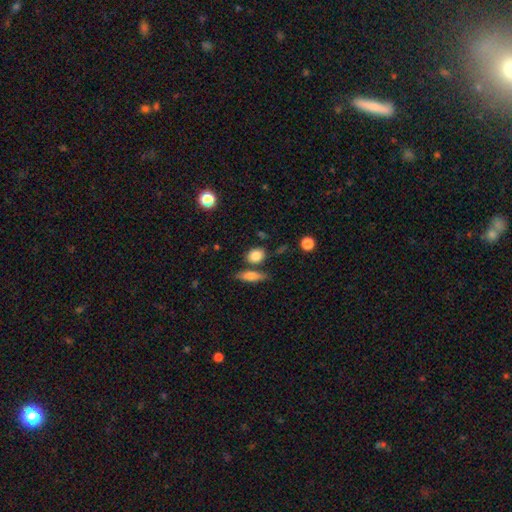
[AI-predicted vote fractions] The model was most divided on "how rounded": in between: 50%, round: 45%, cigar-shaped: 5%. More confident: smooth or featured — smooth (84%); merging — none (72%).